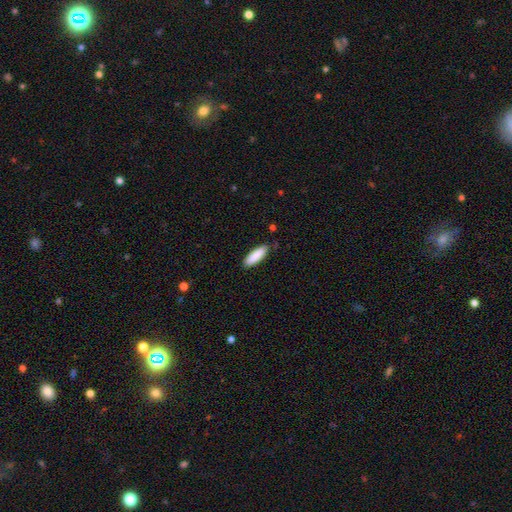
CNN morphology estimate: Smooth or featured? smooth (89%)
How rounded? in between (52%)
Merging? none (84%)